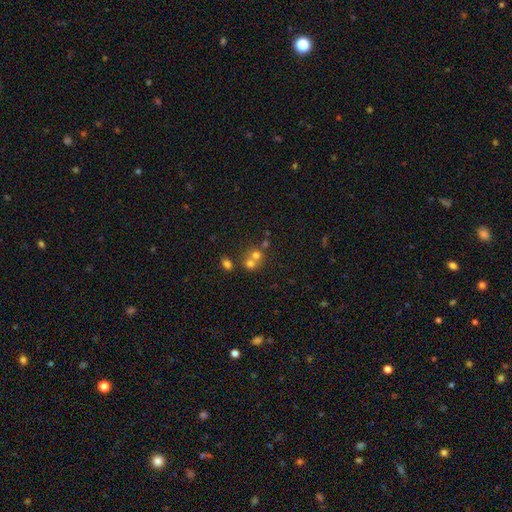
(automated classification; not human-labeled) This is likely a smooth galaxy (65%). How rounded: clearly round (81%). Merging: possibly merger (56%).